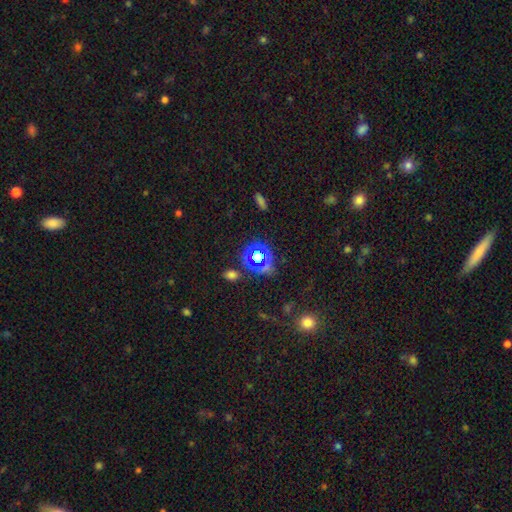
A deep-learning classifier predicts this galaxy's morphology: type=star or artifact (62%).